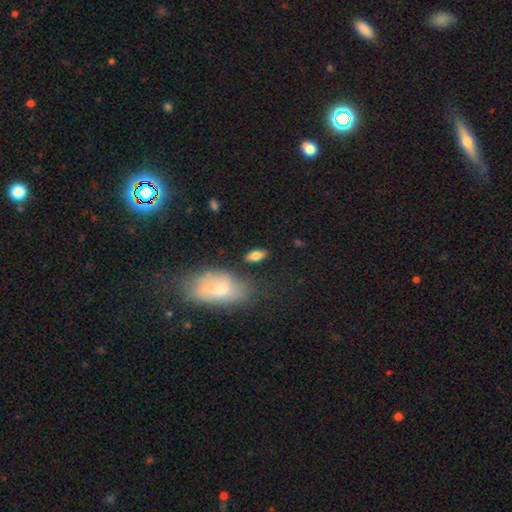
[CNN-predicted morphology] The model was most divided on "smooth or featured": smooth: 78%, featured or disk: 14%, star or artifact: 8%. More confident: how rounded — in between (86%); merging — none (80%).